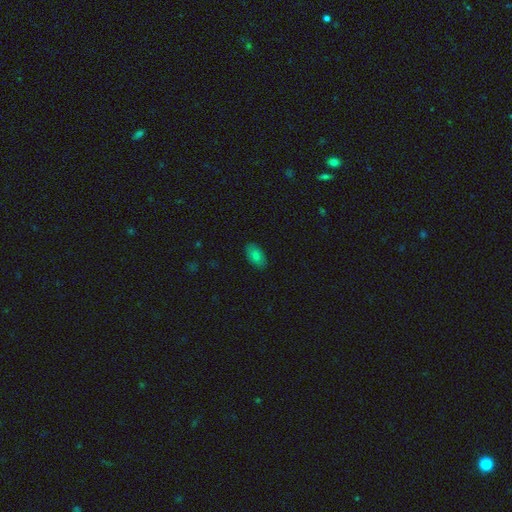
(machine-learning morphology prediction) Smooth or featured: smooth — 81% (featured or disk — 10%)
How rounded: in between — 94% (round — 4%)
Merging: none — 86% (minor disturbance — 11%)